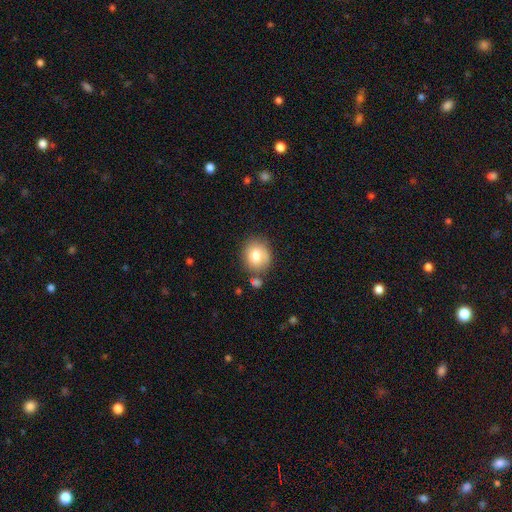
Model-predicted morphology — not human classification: Smooth or featured: smooth — 79% (featured or disk — 12%)
How rounded: round — 74% (in between — 25%)
Merging: none — 71% (minor disturbance — 17%)